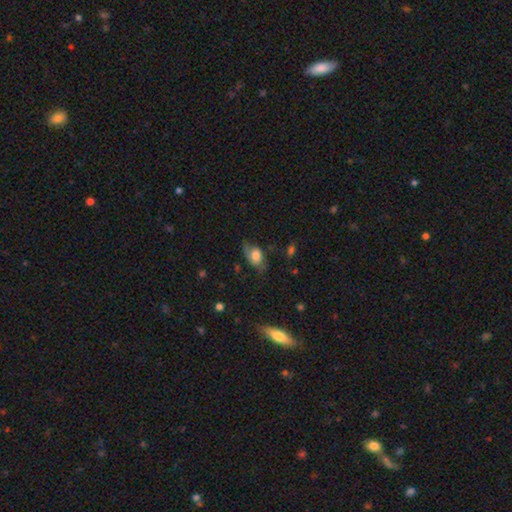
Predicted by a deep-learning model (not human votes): A smooth galaxy with no disk features (62%) that is in between round and cigar-shaped (84%).

Vote fractions:
- Smooth or featured? smooth: 62% / featured or disk: 29% / star or artifact: 9%
- How rounded? in between: 84% / round: 13% / cigar-shaped: 2%
- Merging? none: 50% / minor disturbance: 32% / major disturbance: 16% / merger: 2%